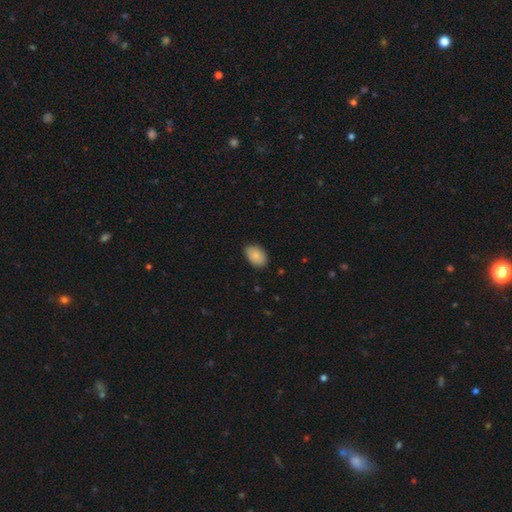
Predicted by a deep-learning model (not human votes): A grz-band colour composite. It shows a smooth galaxy with no disk features (85%) that is in between round and cigar-shaped (87%). Merging: none (77%).